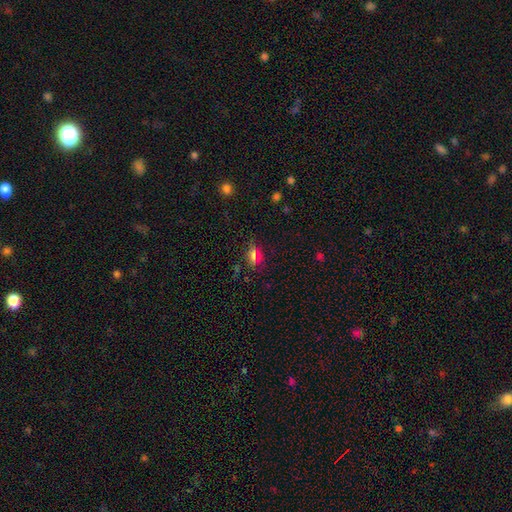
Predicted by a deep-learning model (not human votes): Morphology: type=smooth (59%); roundness=in between (54%); merging=none (82%).